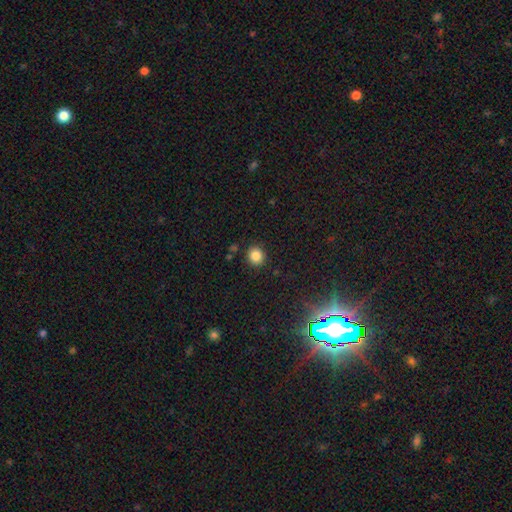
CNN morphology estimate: Overall: smooth (85%). How rounded: round (83%). Merging: none (89%).